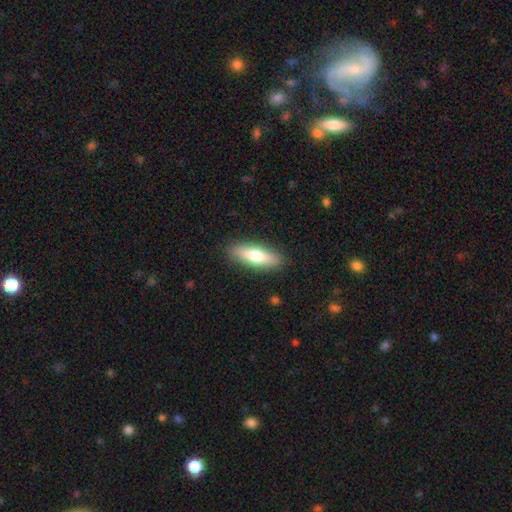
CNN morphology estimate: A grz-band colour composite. It shows a smooth galaxy with no disk features (67%) that is cigar-shaped (51%). Merging: none (89%).